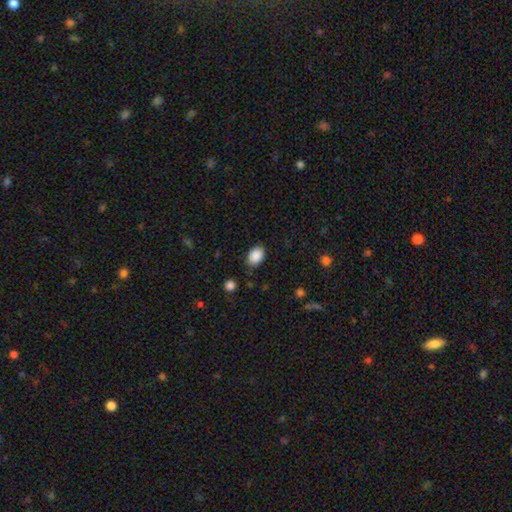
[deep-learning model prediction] Smooth or featured? Predicted: smooth (p=0.89). How rounded? Predicted: in between (p=0.80). Merging? Predicted: none (p=0.82).